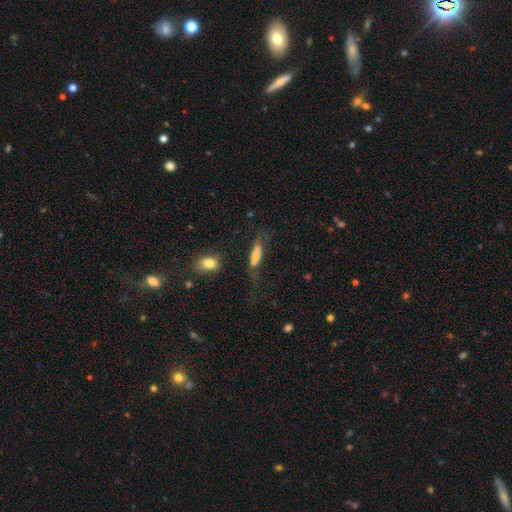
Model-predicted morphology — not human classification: This is likely a smooth galaxy (67%). How rounded: likely cigar-shaped (64%). Merging: marginally none (44%).